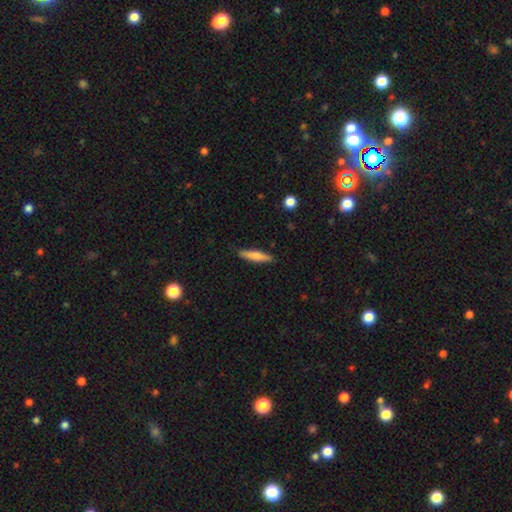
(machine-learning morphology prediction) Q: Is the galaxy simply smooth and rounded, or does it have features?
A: smooth — 68%.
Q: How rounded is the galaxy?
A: cigar-shaped — 85%.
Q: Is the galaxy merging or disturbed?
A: none — 88%.